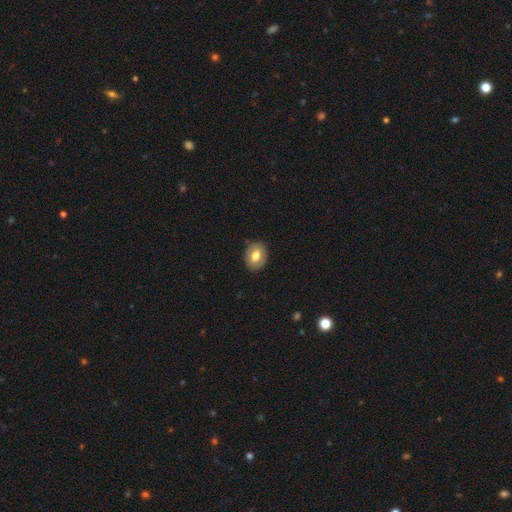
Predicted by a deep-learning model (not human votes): Smooth or featured? Predicted: smooth (p=0.65). How rounded? Predicted: in between (p=0.60). Merging? Predicted: none (p=0.85).